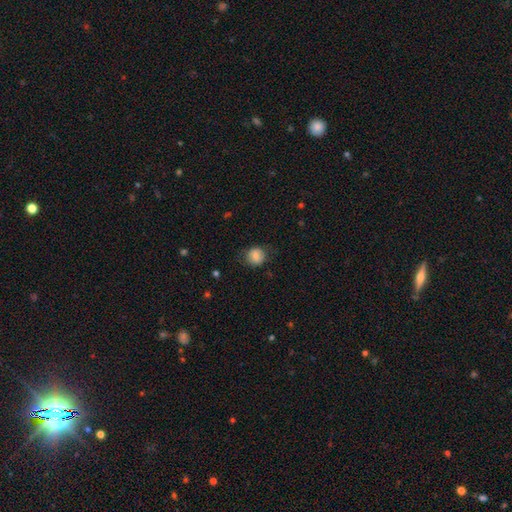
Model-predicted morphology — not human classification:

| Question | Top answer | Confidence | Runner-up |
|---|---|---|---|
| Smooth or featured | smooth | 76% | featured or disk (15%) |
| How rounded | round | 76% | in between (23%) |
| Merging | none | 73% | minor disturbance (18%) |